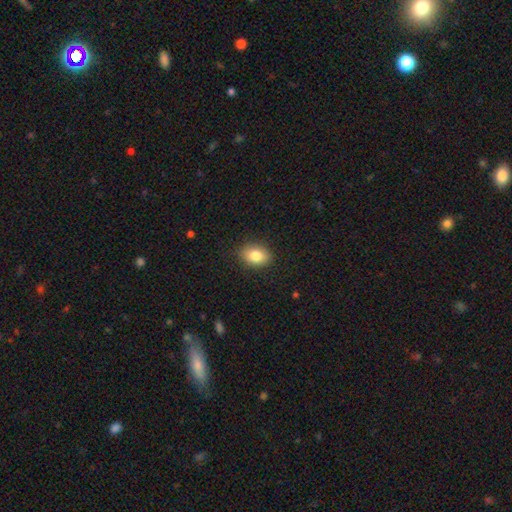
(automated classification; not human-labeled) Smooth or featured? Predicted: smooth (p=0.83). How rounded? Predicted: in between (p=0.70). Merging? Predicted: none (p=0.86).